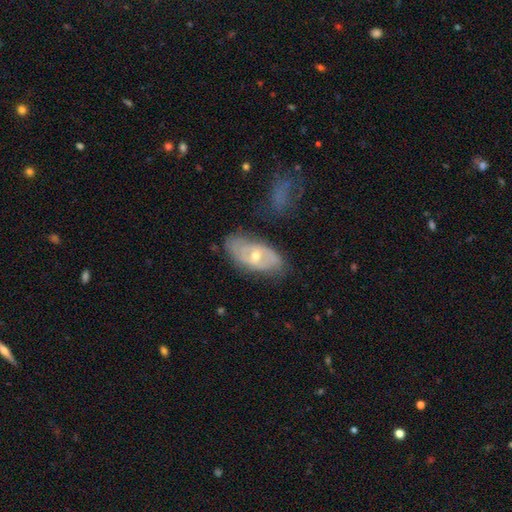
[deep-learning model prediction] A featured or disk galaxy (71%) with no bar (60%), spiral arms (72%) and a moderate central bulge (55%).

Vote fractions:
- Smooth or featured? featured or disk: 71% / smooth: 22% / star or artifact: 6%
- Edge-on disk? no: 92% / yes: 8%
- Bar? no: 60% / weak: 31% / strong: 9%
- Spiral arms? yes: 72% / no: 28%
- Bulge size? moderate: 55% / small: 42% / large: 2% / none: 1% / dominant: 1%
- Merging? none: 69% / minor disturbance: 21% / major disturbance: 7% / merger: 4%